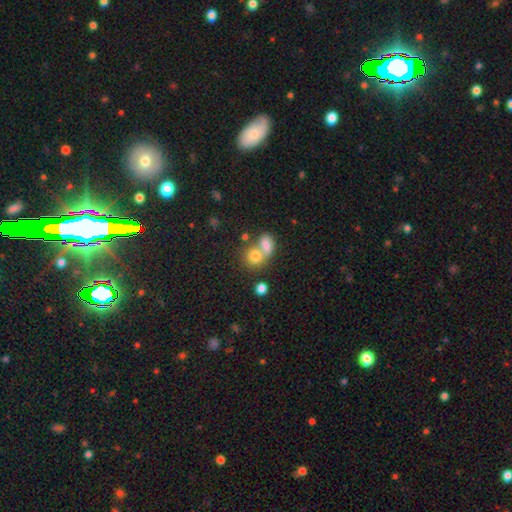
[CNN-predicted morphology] This is likely a smooth galaxy (76%). How rounded: likely round (67%). Merging: possibly merger (58%).